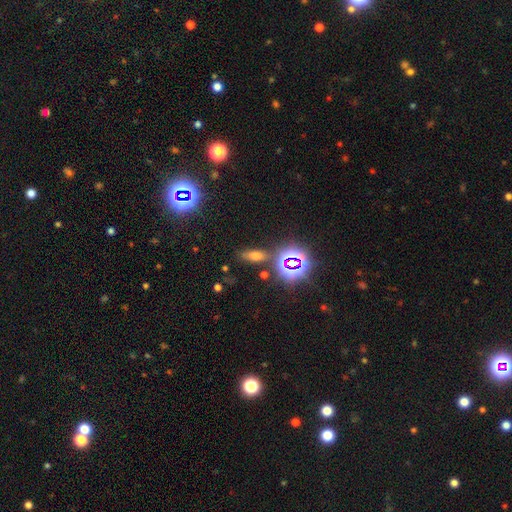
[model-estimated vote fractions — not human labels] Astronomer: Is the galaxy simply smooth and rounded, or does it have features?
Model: smooth — 55% (runner-up: star or artifact, 32%).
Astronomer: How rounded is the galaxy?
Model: in between — 63%.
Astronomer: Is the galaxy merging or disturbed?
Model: none — 78%.